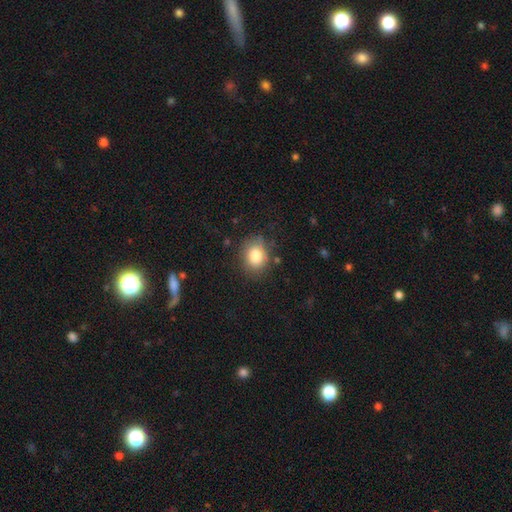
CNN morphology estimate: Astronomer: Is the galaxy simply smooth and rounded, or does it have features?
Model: smooth — 81%.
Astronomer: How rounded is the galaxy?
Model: round — 61% (runner-up: in between, 38%).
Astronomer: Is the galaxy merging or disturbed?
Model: none — 78%.